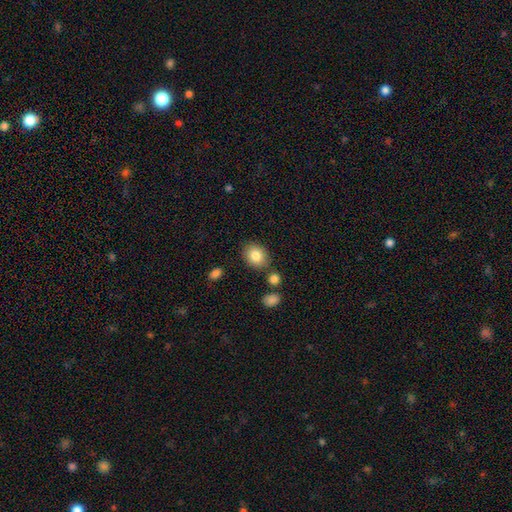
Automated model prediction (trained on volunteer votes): Smooth or featured?
  - smooth: 83% *
  - star or artifact: 9%
  - featured or disk: 9%
How rounded?
  - round: 52% *
  - in between: 47%
  - cigar-shaped: 1%
Merging?
  - none: 80% *
  - minor disturbance: 11%
  - merger: 6%
  - major disturbance: 3%